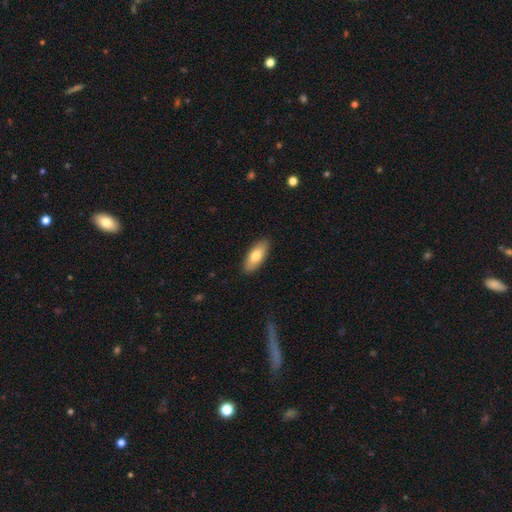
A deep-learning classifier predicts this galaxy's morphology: type=smooth (76%); roundness=in between (82%); merging=none (89%).